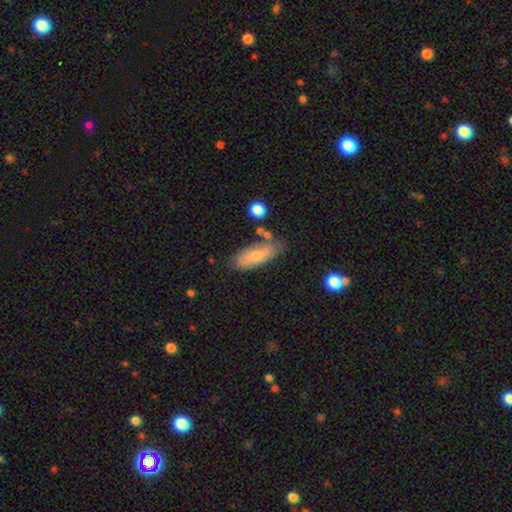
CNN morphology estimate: Smooth or featured: smooth — 76% (featured or disk — 17%)
How rounded: in between — 72% (cigar-shaped — 26%)
Merging: none — 70% (minor disturbance — 20%)